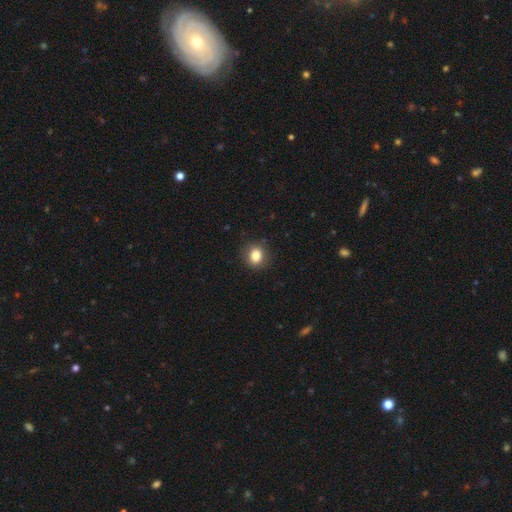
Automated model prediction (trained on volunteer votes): smooth 84%, star or artifact 10%, featured or disk 6%. Down the decision tree: how rounded — round (68%); merging — none (87%).